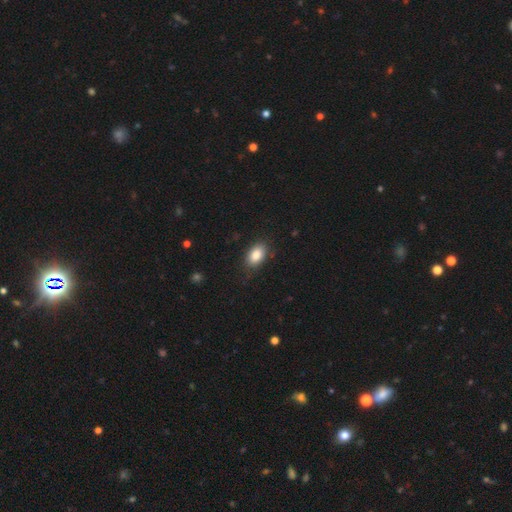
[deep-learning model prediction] Smooth or featured: smooth — 86% (star or artifact — 7%)
How rounded: in between — 91% (round — 8%)
Merging: none — 81% (minor disturbance — 14%)